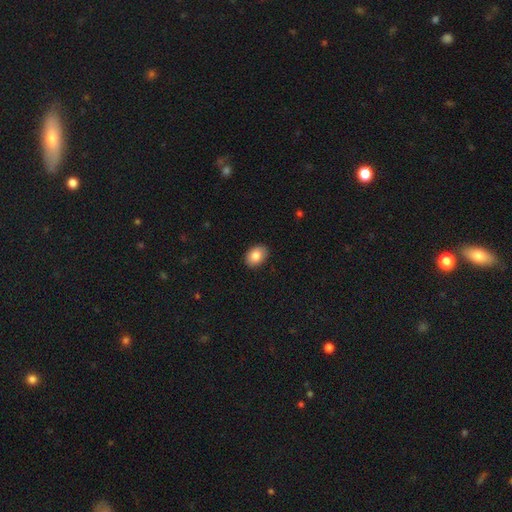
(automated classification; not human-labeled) Morphology: type=smooth (83%); roundness=in between (75%); merging=none (88%).